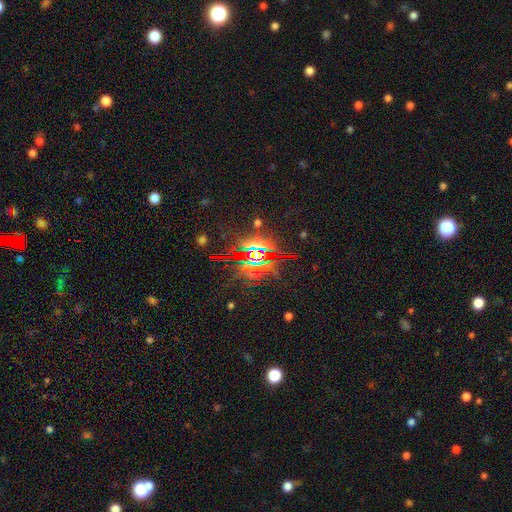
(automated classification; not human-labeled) Overall: star or artifact (79%).